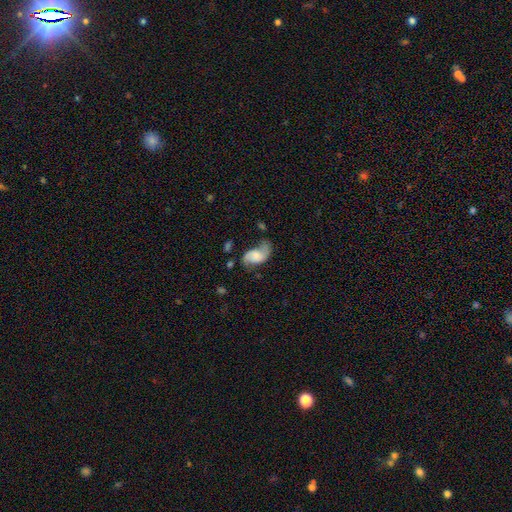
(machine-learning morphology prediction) A featured or disk galaxy (61%) with no bar (62%), 2 (80%) loose (53%) spiral arms (90%) and a small central bulge (37%). Merging: none (44%).